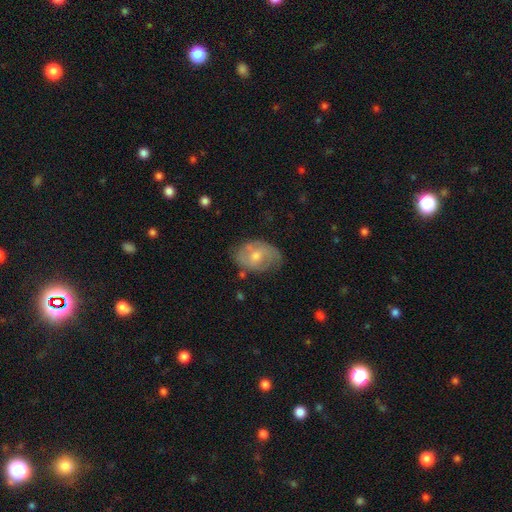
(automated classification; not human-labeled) This is possibly a featured or disk galaxy (58%). It is clearly not viewed edge-on (95%). Bar: likely no (64%). Spiral arm pattern: likely yes (74%). Central bulge: possibly moderate (55%). Merging: likely none (67%).